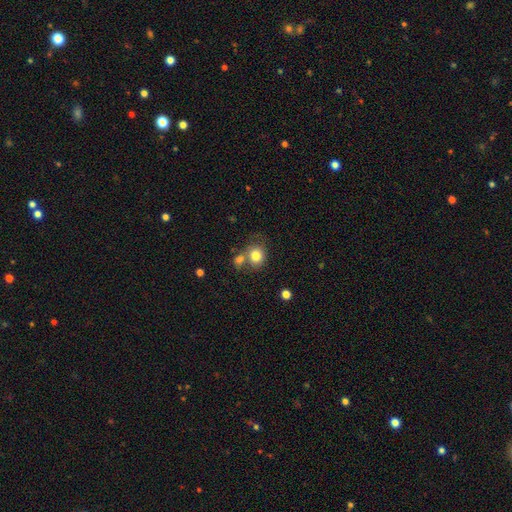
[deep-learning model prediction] smooth 80%, star or artifact 10%, featured or disk 9%. Down the decision tree: how rounded — round (75%); merging — none (52%).